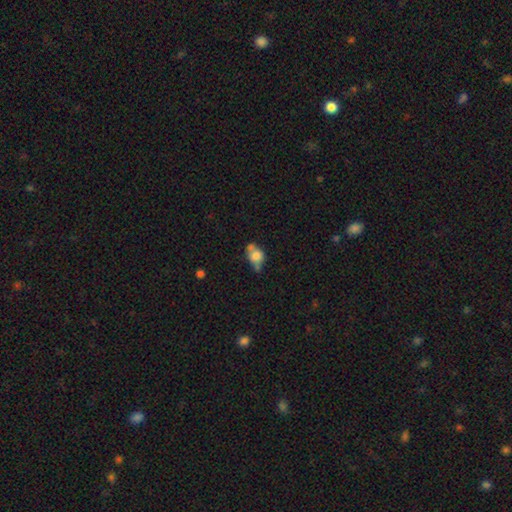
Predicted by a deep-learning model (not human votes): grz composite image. It shows a smooth galaxy with no disk features (67%) that is in between round and cigar-shaped (58%). Merging: none (35%).